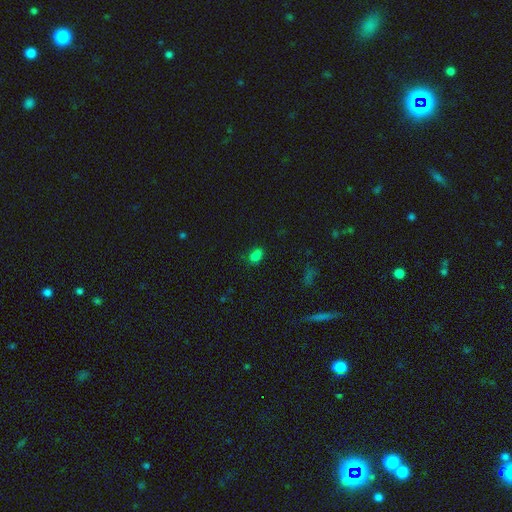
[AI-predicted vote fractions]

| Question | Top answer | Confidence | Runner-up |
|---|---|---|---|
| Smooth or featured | smooth | 77% | star or artifact (19%) |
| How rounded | in between | 83% | round (15%) |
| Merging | none | 71% | minor disturbance (20%) |